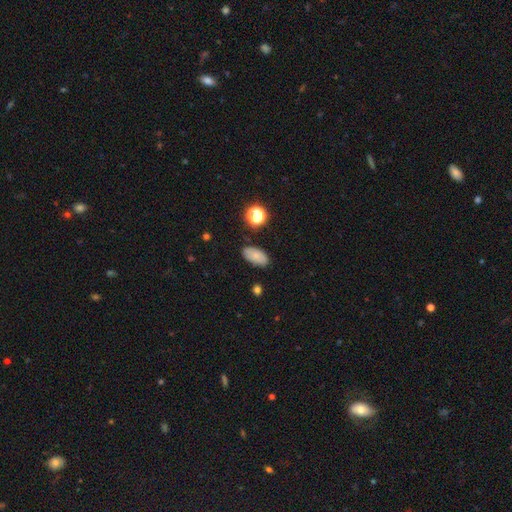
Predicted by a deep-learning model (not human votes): Smooth or featured?
  - smooth: 78% *
  - star or artifact: 11%
  - featured or disk: 11%
How rounded?
  - in between: 91% *
  - round: 6%
  - cigar-shaped: 3%
Merging?
  - none: 81% *
  - minor disturbance: 14%
  - major disturbance: 3%
  - merger: 2%